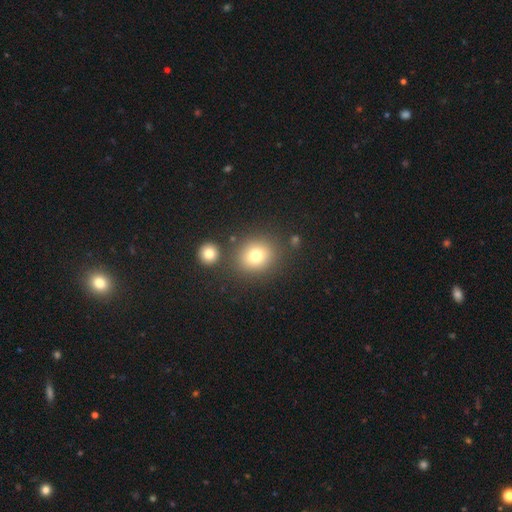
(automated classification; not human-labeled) Overall: smooth (76%). How rounded: round (80%). Merging: none (79%).